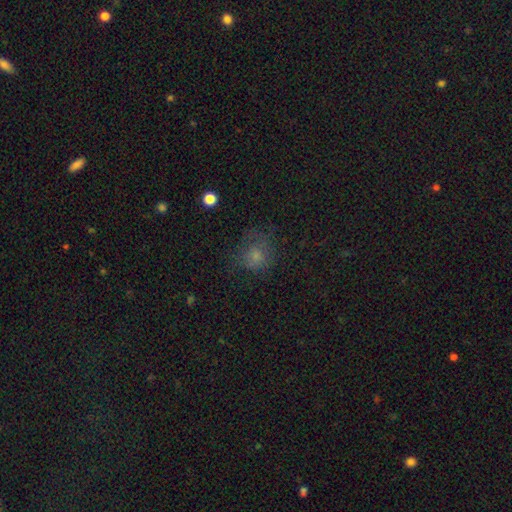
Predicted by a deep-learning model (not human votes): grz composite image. It shows a smooth galaxy with no disk features (70%) that is round (76%). Merging: none (55%).